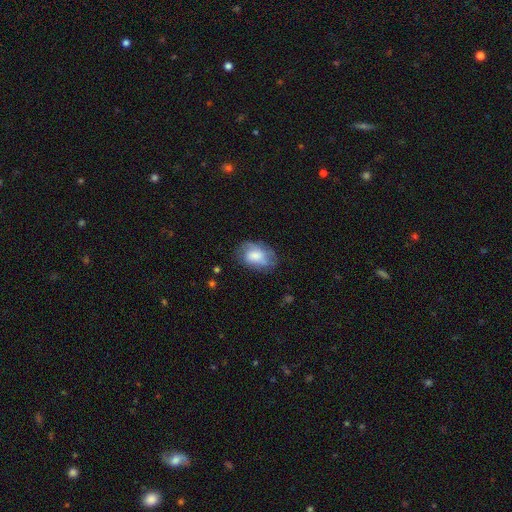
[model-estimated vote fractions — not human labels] Morphology: type=smooth (65%); roundness=in between (85%); merging=none (60%).